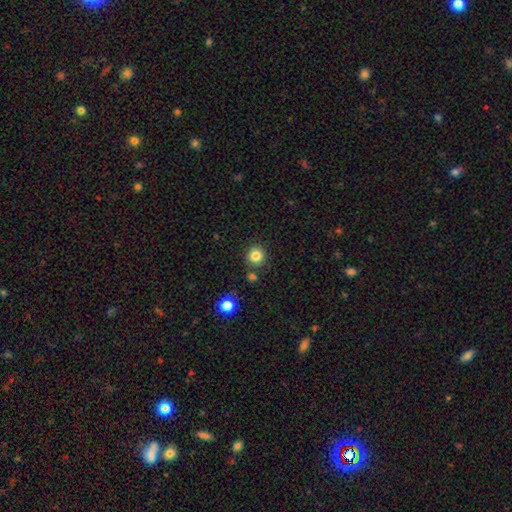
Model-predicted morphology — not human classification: A smooth galaxy with no disk features (83%) that is round (93%). Merging: none (83%).